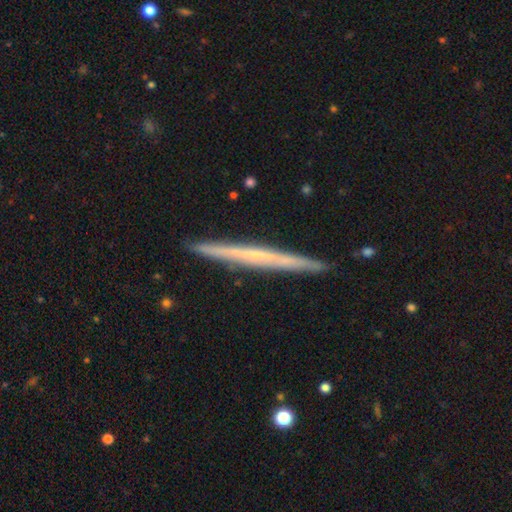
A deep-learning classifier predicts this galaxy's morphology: A featured or disk galaxy (63%) viewed edge-on (98%) with no central bulge (75%).

Vote fractions:
- Smooth or featured? featured or disk: 63% / smooth: 31% / star or artifact: 6%
- Edge-on disk? yes: 98% / no: 2%
- Edge-on bulge? none: 75% / rounded: 20% / boxy: 4%
- Merging? none: 91% / minor disturbance: 6% / merger: 1% / major disturbance: 1%